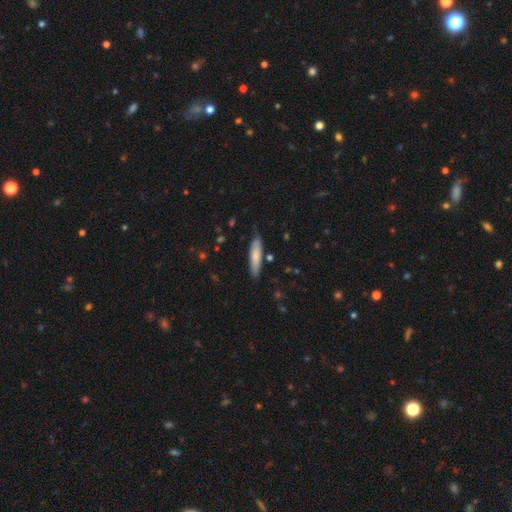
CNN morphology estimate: A smooth galaxy with no disk features (77%) that is cigar-shaped (79%). Merging: none (81%).